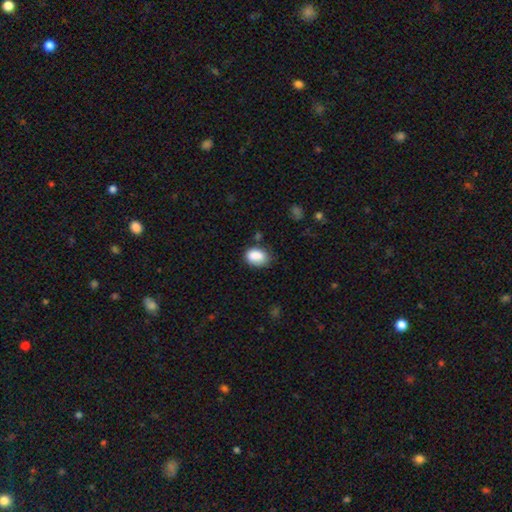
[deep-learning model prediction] A smooth galaxy with no disk features (87%) that is in between round and cigar-shaped (80%). Merging: none (65%).